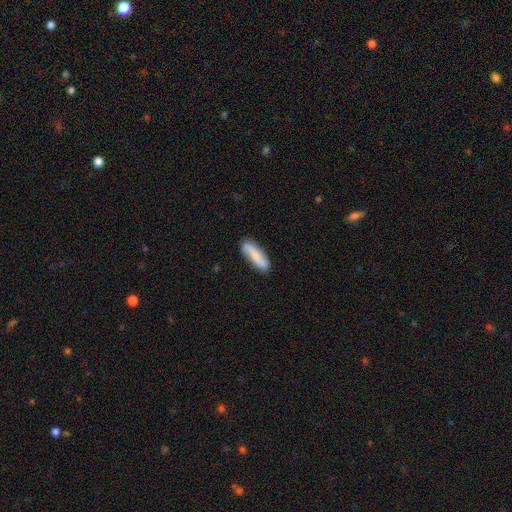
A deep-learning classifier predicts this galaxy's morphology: A smooth galaxy with no disk features (67%) that is cigar-shaped (58%). Merging: none (80%).